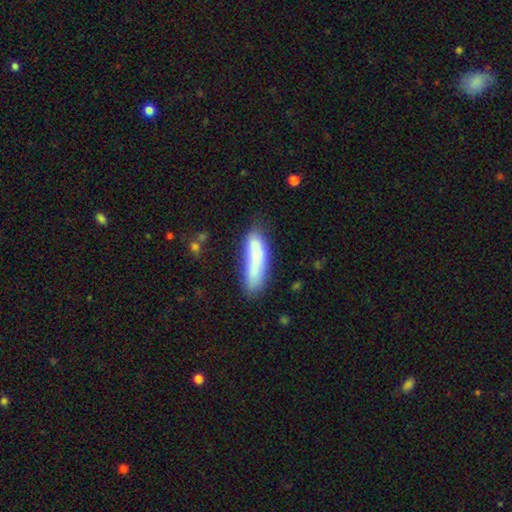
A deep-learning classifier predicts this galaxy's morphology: Smooth or featured? Predicted: smooth (p=0.73). How rounded? Predicted: cigar-shaped (p=0.69). Merging? Predicted: none (p=0.56).